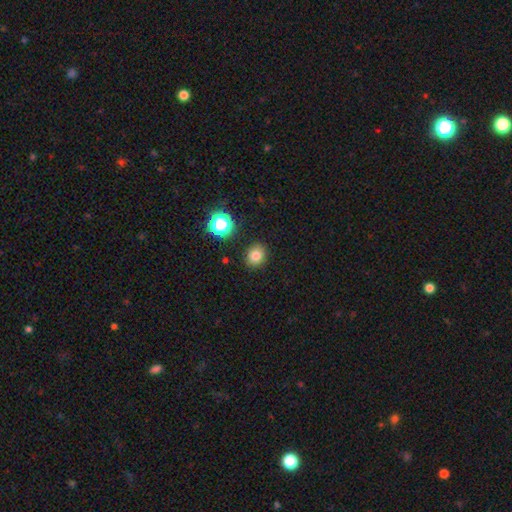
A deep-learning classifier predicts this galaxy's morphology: Overall: smooth (80%). How rounded: round (72%). Merging: none (88%).